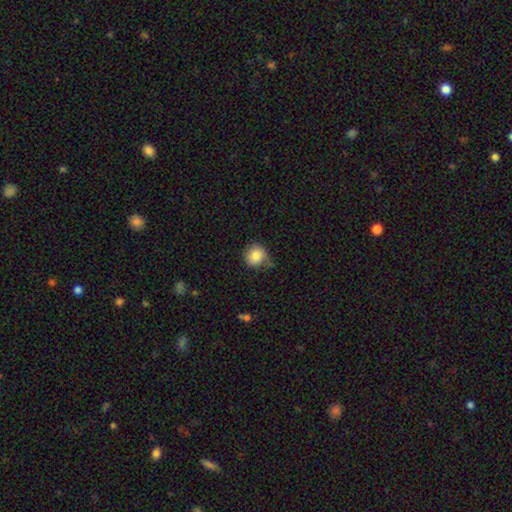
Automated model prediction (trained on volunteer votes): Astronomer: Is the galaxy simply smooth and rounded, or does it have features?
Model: smooth — 85%.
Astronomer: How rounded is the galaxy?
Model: round — 86%.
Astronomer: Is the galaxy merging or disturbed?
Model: none — 63%.